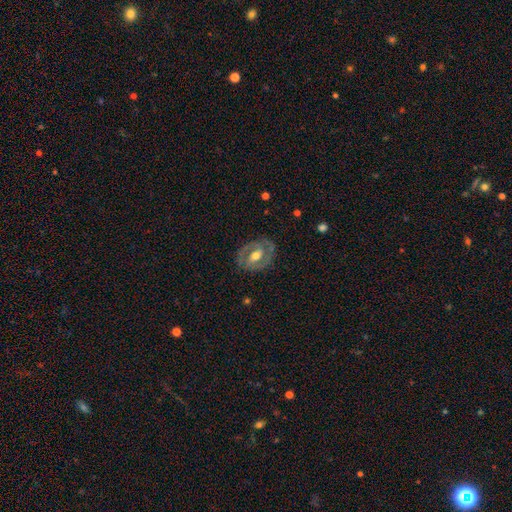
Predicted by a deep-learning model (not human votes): Smooth or featured? Predicted: featured or disk (p=0.72). Edge-on disk? Predicted: no (p=0.95). Bar? Predicted: weak (p=0.41). Spiral arms? Predicted: yes (p=0.60). Bulge size? Predicted: moderate (p=0.70). Merging? Predicted: none (p=0.78).